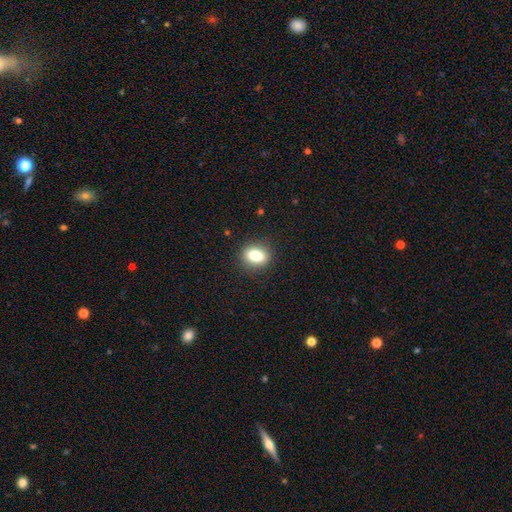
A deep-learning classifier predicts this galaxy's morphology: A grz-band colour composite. It shows a smooth galaxy with no disk features (81%) that is in between round and cigar-shaped (61%). Merging: none (89%).